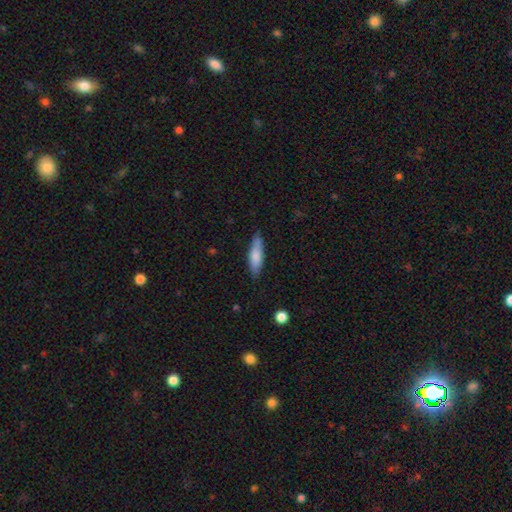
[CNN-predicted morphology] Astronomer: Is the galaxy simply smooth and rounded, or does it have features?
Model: smooth — 77%.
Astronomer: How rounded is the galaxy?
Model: cigar-shaped — 59% (runner-up: in between, 39%).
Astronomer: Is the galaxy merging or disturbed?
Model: none — 77%.